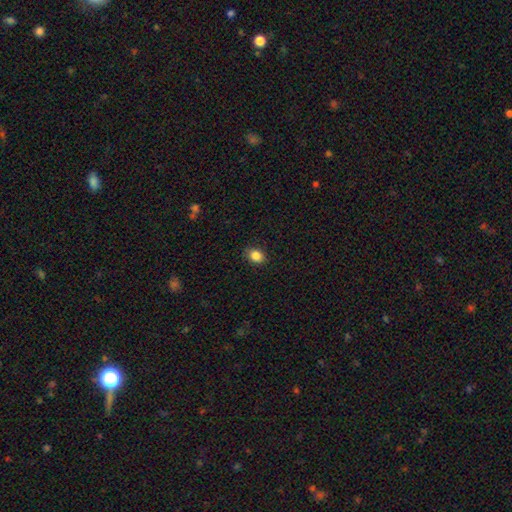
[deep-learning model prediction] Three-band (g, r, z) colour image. It shows a smooth galaxy with no disk features (86%) that is in between round and cigar-shaped (58%). Merging: none (88%).